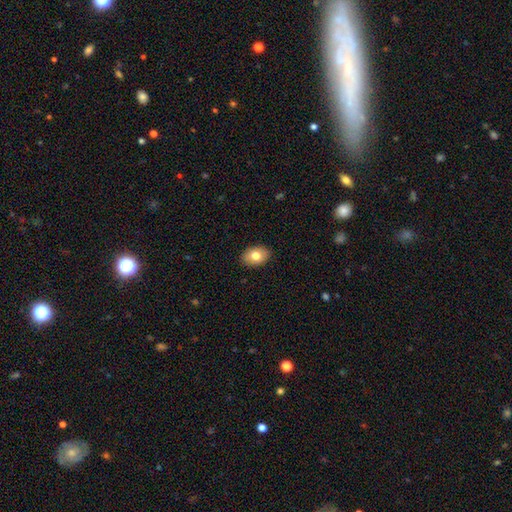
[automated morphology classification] smooth_or_featured: smooth (p=0.78) [alt: featured or disk p=0.14]
how_rounded: in between (p=0.82) [alt: round p=0.17]
merging: none (p=0.90) [alt: minor disturbance p=0.08]